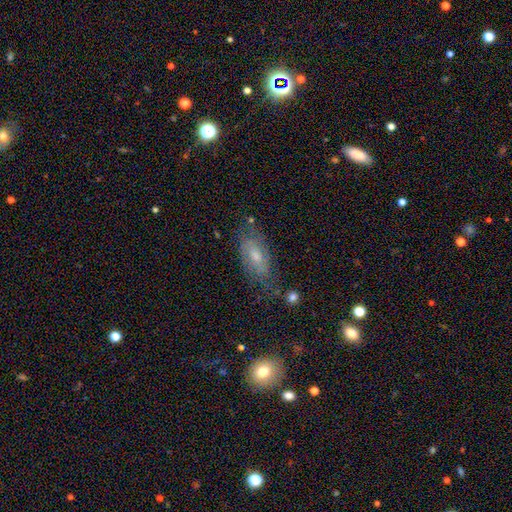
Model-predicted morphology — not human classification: A featured or disk galaxy (53%).

Vote fractions:
- Smooth or featured? featured or disk: 53% / smooth: 36% / star or artifact: 12%
- Edge-on disk? no: 85% / yes: 15%
- Merging? none: 66% / minor disturbance: 22% / major disturbance: 8% / merger: 3%